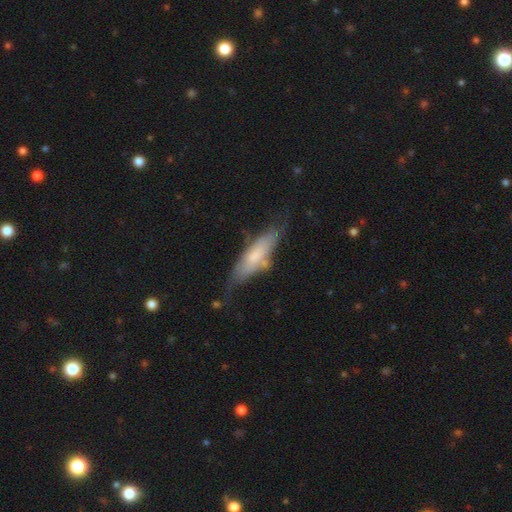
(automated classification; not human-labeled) Morphology: type=smooth (56%); roundness=cigar-shaped (53%); merging=none (48%).